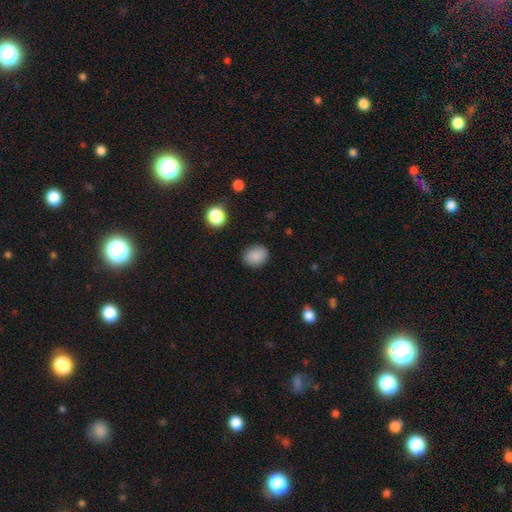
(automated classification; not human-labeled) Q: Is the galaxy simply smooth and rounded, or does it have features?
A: smooth — 87%.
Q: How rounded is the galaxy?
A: in between — 50%.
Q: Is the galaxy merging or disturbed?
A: none — 86%.